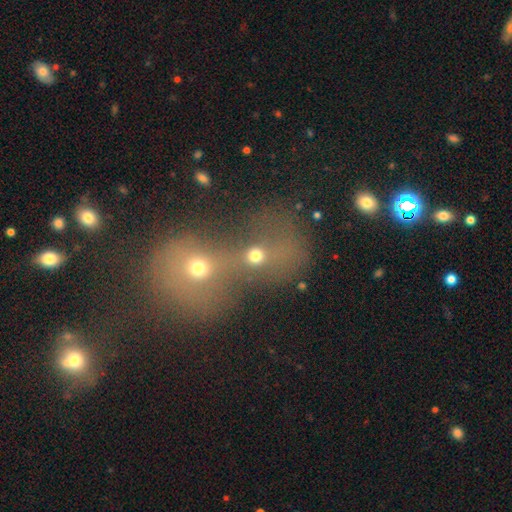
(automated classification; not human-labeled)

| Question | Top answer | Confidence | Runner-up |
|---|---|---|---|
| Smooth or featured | smooth | 65% | star or artifact (20%) |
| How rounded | round | 64% | in between (33%) |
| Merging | merger | 74% | none (17%) |